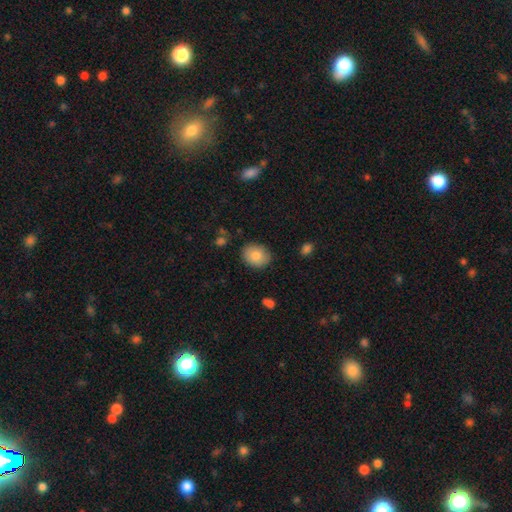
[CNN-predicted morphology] Smooth or featured? smooth (82%)
How rounded? round (51%)
Merging? none (86%)